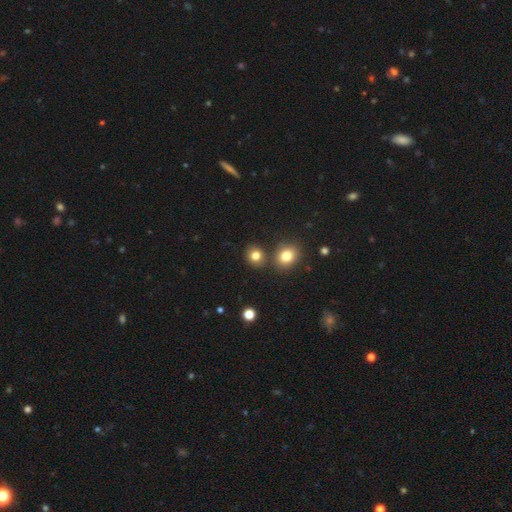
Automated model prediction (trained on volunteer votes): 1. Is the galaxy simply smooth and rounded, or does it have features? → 80% smooth, 13% star or artifact, 7% featured or disk.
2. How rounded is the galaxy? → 78% round, 21% in between, 1% cigar-shaped.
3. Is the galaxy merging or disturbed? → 77% none, 12% merger, 9% minor disturbance, 3% major disturbance.